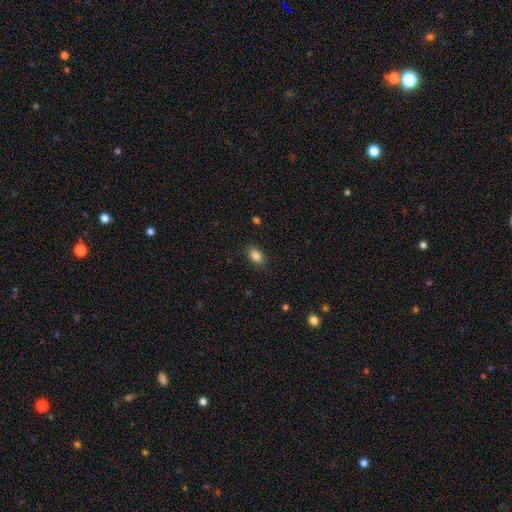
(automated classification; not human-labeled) This appears to be a smooth galaxy with no disk features (86%) that is in between round and cigar-shaped (85%). Merging: none (86%).